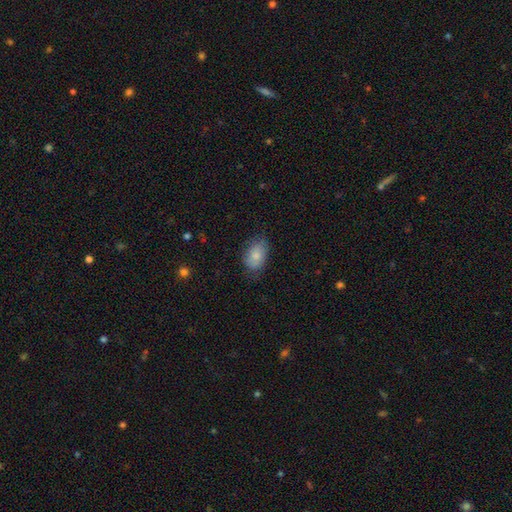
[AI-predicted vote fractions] The model was most divided on "merging": none: 69%, minor disturbance: 24%, major disturbance: 6%, merger: 1%. More confident: how rounded — in between (87%); smooth or featured — smooth (79%).